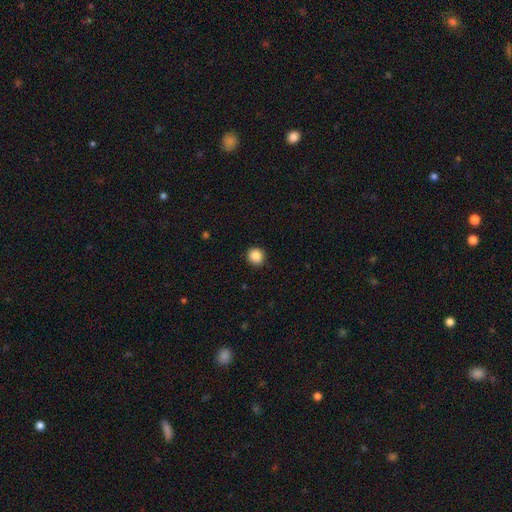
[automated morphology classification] Smooth or featured? Predicted: smooth (p=0.88). How rounded? Predicted: round (p=0.90). Merging? Predicted: none (p=0.90).